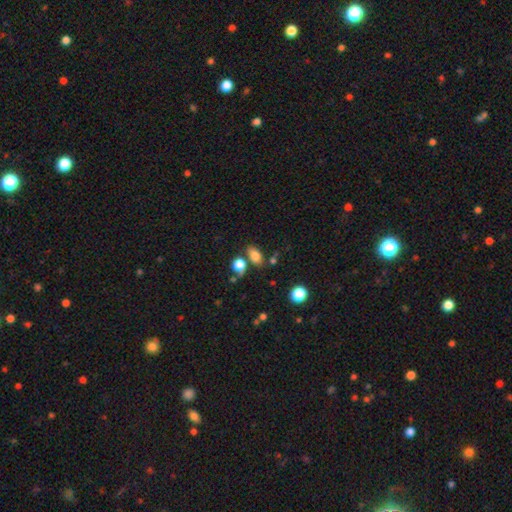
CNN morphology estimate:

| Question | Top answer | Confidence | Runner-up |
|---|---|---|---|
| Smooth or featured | smooth | 80% | star or artifact (11%) |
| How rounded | in between | 82% | round (14%) |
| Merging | none | 65% | merger (16%) |